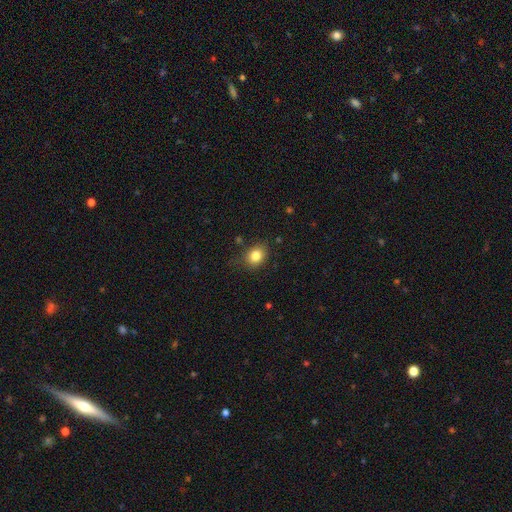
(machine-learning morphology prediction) smooth_or_featured: smooth (p=0.82) [alt: star or artifact p=0.11]
how_rounded: round (p=0.52) [alt: in between p=0.47]
merging: none (p=0.78) [alt: minor disturbance p=0.16]